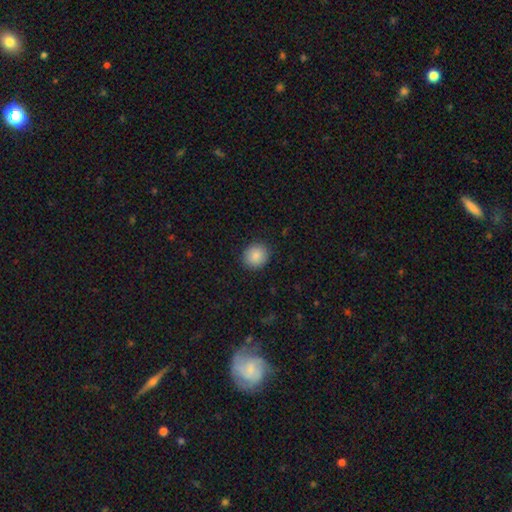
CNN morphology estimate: The model was most divided on "how rounded": round: 82%, in between: 17%, cigar-shaped: 1%. More confident: merging — none (89%); smooth or featured — smooth (87%).